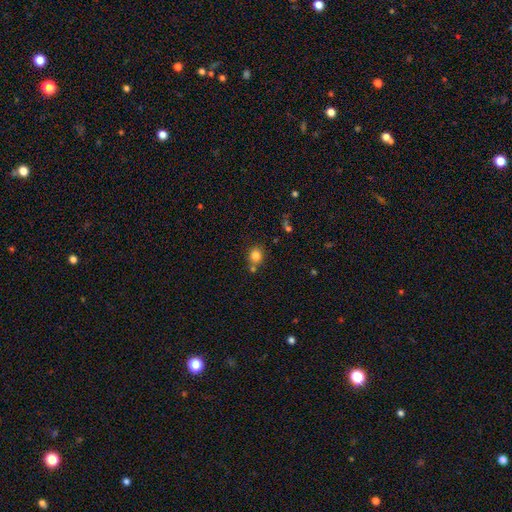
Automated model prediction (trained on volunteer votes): This is clearly a smooth galaxy (81%). How rounded: likely round (78%). Merging: likely none (70%).